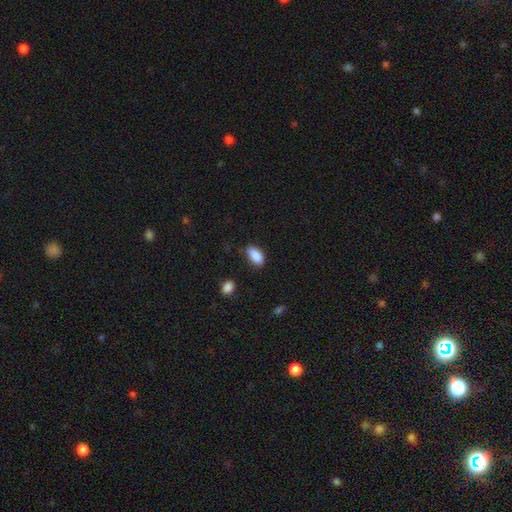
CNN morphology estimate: A smooth galaxy with no disk features (88%) that is in between round and cigar-shaped (88%).

Vote fractions:
- Smooth or featured? smooth: 88% / star or artifact: 8% / featured or disk: 5%
- How rounded? in between: 88% / cigar-shaped: 8% / round: 3%
- Merging? none: 72% / minor disturbance: 21% / major disturbance: 4% / merger: 2%